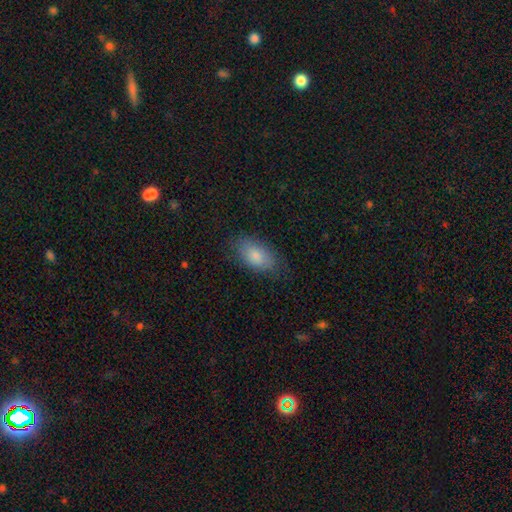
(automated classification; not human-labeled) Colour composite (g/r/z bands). It shows a smooth galaxy with no disk features (82%) that is in between round and cigar-shaped (92%). Merging: none (76%).